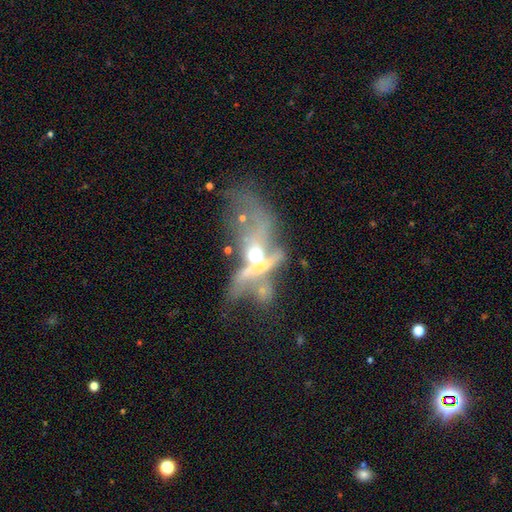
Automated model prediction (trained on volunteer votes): Smooth or featured: featured or disk — 60% (smooth — 24%)
Edge-on disk: no — 75% (yes — 25%)
Merging: merger — 50% (major disturbance — 31%)